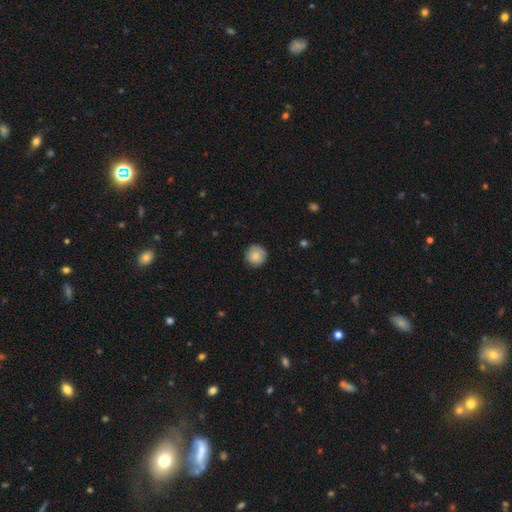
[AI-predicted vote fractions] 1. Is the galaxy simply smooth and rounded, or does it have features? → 85% smooth, 7% star or artifact, 7% featured or disk.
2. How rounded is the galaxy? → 95% round, 4% in between, 1% cigar-shaped.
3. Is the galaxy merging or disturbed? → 87% none, 10% minor disturbance, 2% major disturbance, 1% merger.